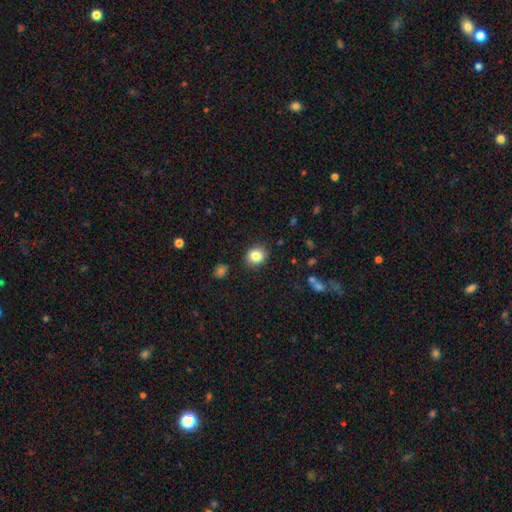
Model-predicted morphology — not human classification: A smooth galaxy with no disk features (84%) that is round (72%).

Vote fractions:
- Smooth or featured? smooth: 84% / star or artifact: 10% / featured or disk: 6%
- How rounded? round: 72% / in between: 27% / cigar-shaped: 1%
- Merging? none: 88% / minor disturbance: 8% / major disturbance: 2% / merger: 1%